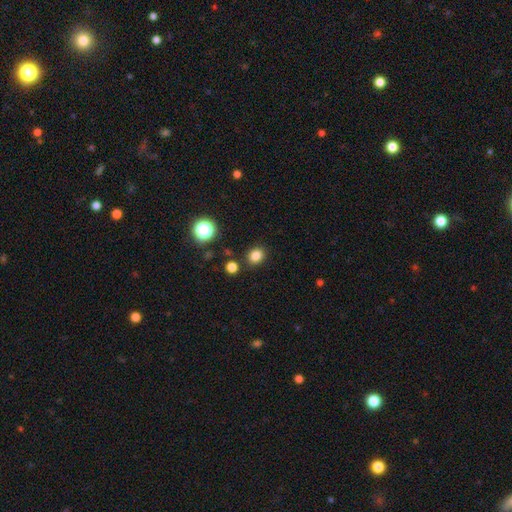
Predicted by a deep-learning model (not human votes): A smooth galaxy with no disk features (82%) that is round (70%). Merging: none (86%).